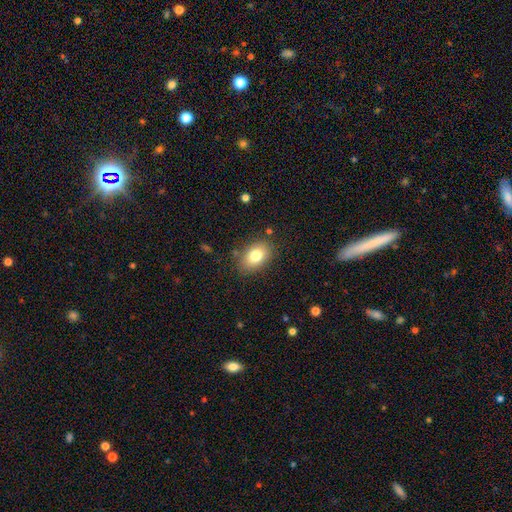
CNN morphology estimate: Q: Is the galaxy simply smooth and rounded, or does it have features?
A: smooth — 79%.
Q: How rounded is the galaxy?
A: in between — 84%.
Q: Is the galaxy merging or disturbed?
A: none — 83%.